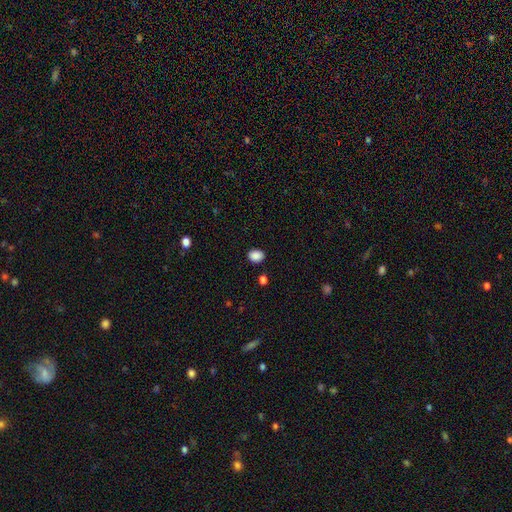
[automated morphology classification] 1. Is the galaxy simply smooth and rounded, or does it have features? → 88% smooth, 9% star or artifact, 3% featured or disk.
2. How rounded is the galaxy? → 61% in between, 38% round, 1% cigar-shaped.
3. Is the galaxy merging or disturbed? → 86% none, 10% minor disturbance, 3% major disturbance, 2% merger.